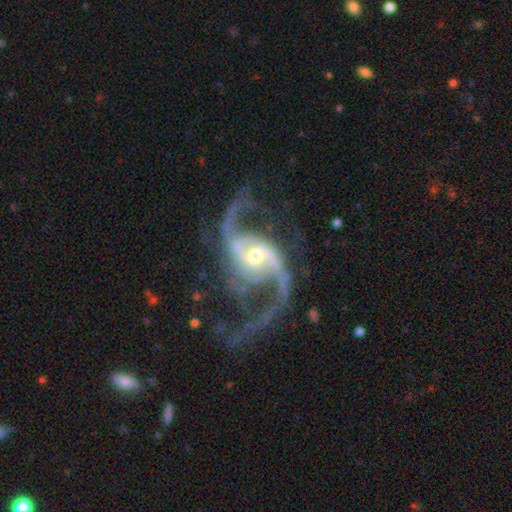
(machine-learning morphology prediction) Q: Smooth or featured?
A: featured or disk (93%); runner-up: star or artifact (5%)
Q: Edge-on disk?
A: no (98%); runner-up: yes (2%)
Q: Bar?
A: weak (40%); runner-up: strong (30%)
Q: Spiral arms?
A: yes (98%); runner-up: no (2%)
Q: Spiral winding?
A: loose (56%); runner-up: medium (37%)
Q: Spiral arm count?
A: 2 (87%); runner-up: 3 (4%)
Q: Bulge size?
A: moderate (47%); tied with: small (47%)
Q: Merging?
A: none (64%); runner-up: major disturbance (18%)